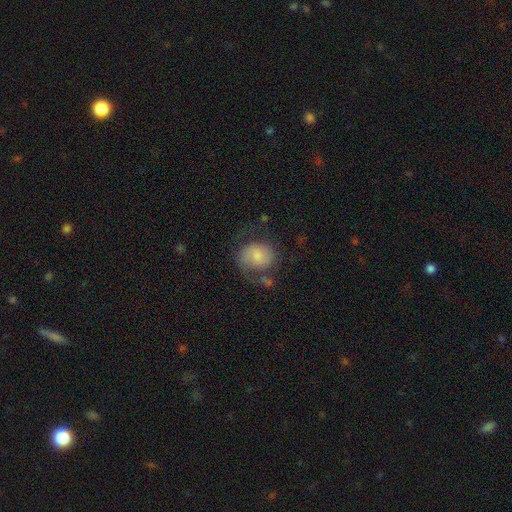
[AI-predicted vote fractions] Smooth or featured? Predicted: smooth (p=0.60). How rounded? Predicted: round (p=0.59). Merging? Predicted: none (p=0.48).